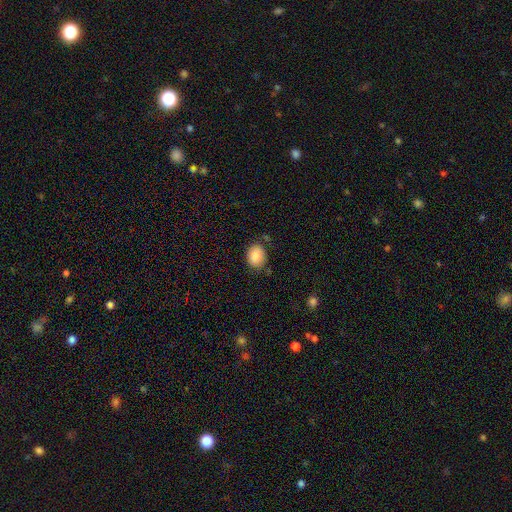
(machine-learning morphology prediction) smooth-or-featured: smooth: 88% | star or artifact: 8% | featured or disk: 4%
  how-rounded: in between: 60% | round: 39% | cigar-shaped: 1%
  merging: none: 75% | minor disturbance: 17% | major disturbance: 4% | merger: 4%